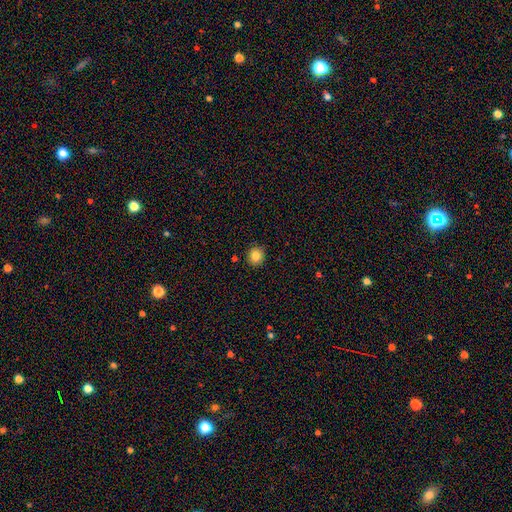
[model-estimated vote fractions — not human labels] Morphology: type=smooth (83%); roundness=round (86%); merging=none (90%).